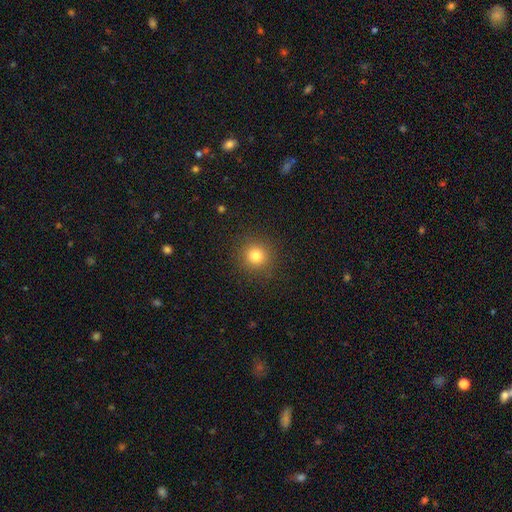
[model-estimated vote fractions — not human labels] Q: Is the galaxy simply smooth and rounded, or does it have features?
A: smooth — 80%.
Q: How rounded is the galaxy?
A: round — 93%.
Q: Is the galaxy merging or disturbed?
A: none — 90%.